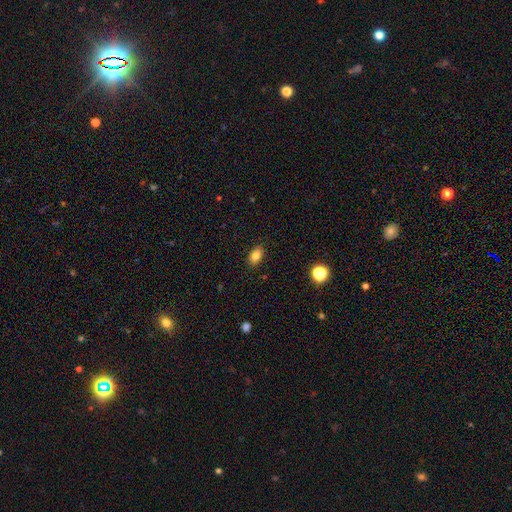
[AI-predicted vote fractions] Smooth or featured? Predicted: smooth (p=0.83). How rounded? Predicted: in between (p=0.86). Merging? Predicted: none (p=0.87).